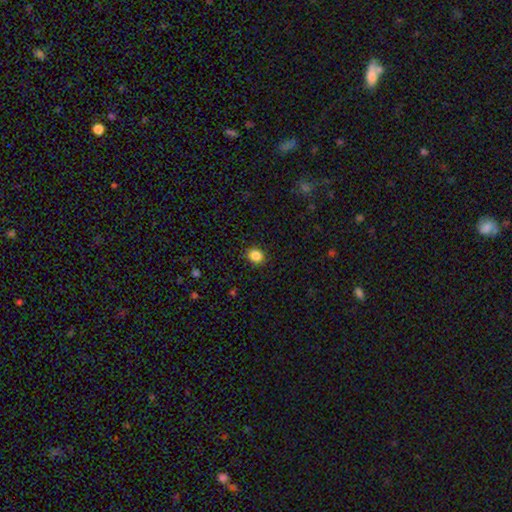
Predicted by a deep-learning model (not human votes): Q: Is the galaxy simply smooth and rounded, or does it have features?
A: smooth — 86%.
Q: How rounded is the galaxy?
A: round — 72%.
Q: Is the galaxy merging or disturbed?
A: none — 89%.